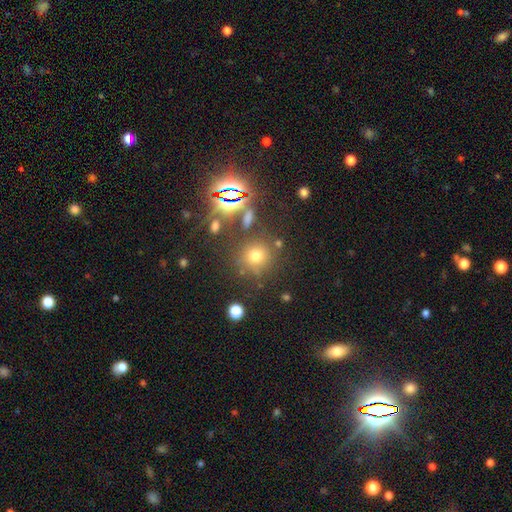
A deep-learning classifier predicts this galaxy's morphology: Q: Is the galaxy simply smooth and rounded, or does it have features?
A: smooth — 66%.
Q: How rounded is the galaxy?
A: round — 89%.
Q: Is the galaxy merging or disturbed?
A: none — 75%.